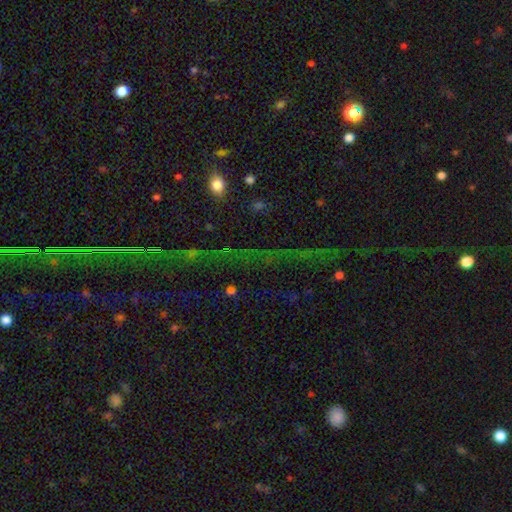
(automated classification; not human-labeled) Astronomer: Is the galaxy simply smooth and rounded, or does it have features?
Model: star or artifact — 78%.